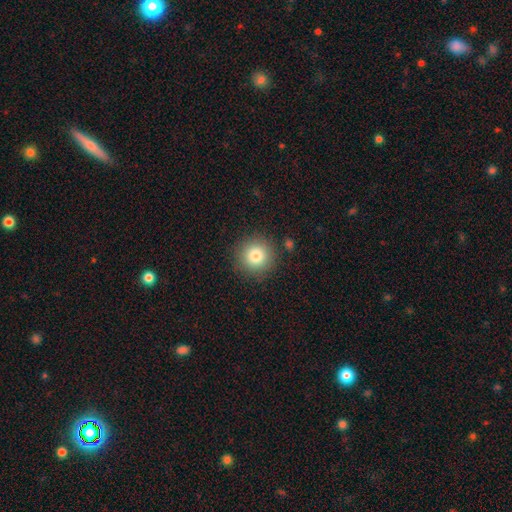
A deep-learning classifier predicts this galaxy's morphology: smooth-or-featured: smooth: 81% | star or artifact: 11% | featured or disk: 8%
  how-rounded: round: 95% | in between: 4% | cigar-shaped: 1%
  merging: none: 88% | minor disturbance: 7% | major disturbance: 3% | merger: 2%